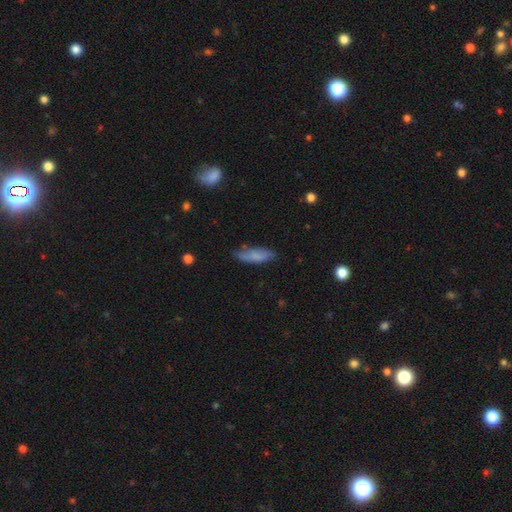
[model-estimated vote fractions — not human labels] The model was most divided on "how rounded": in between: 53%, cigar-shaped: 45%, round: 2%. More confident: smooth or featured — smooth (75%); merging — none (70%).